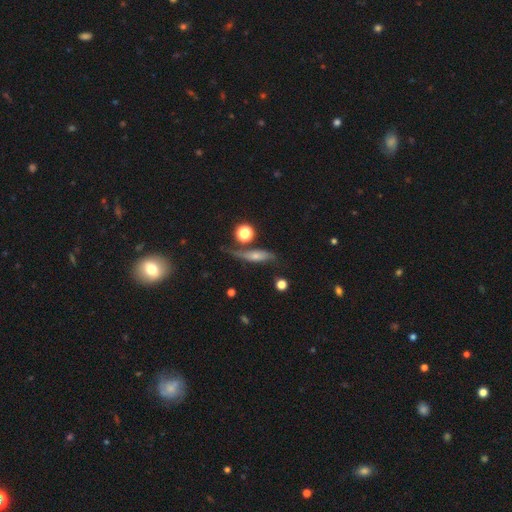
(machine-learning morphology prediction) A smooth galaxy with no disk features (45%). Merging: none (52%).